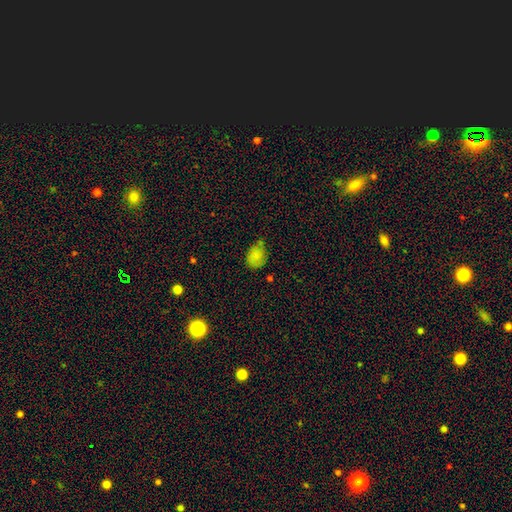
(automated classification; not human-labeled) Smooth or featured: smooth — 80% (star or artifact — 11%)
How rounded: in between — 65% (round — 34%)
Merging: none — 53% (minor disturbance — 33%)